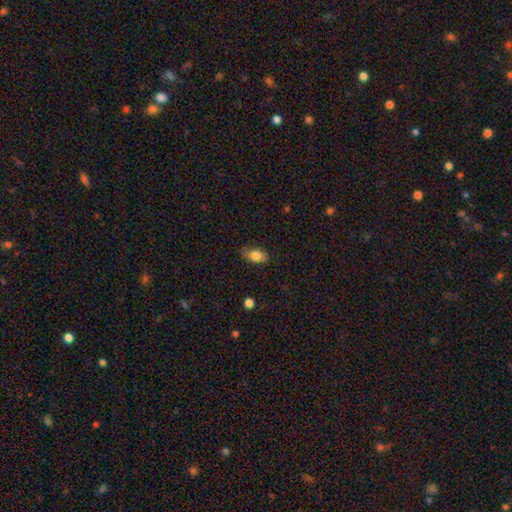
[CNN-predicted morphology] Overall: smooth (81%). How rounded: in between (88%). Merging: none (76%).